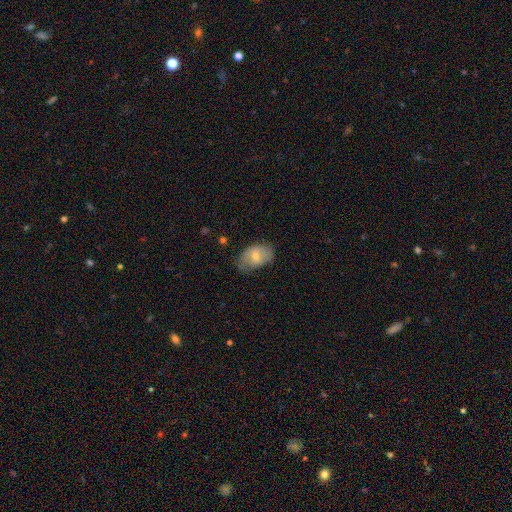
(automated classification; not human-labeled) A smooth galaxy with no disk features (58%) that is in between round and cigar-shaped (88%).

Vote fractions:
- Smooth or featured? smooth: 58% / featured or disk: 34% / star or artifact: 8%
- How rounded? in between: 88% / round: 11% / cigar-shaped: 1%
- Merging? none: 61% / minor disturbance: 30% / major disturbance: 8% / merger: 1%